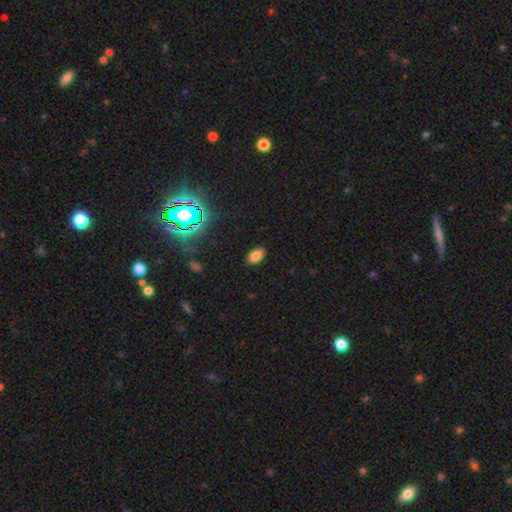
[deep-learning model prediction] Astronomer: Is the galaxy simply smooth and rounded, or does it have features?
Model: smooth — 80%.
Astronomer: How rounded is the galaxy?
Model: in between — 92%.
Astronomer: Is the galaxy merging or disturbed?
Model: none — 88%.